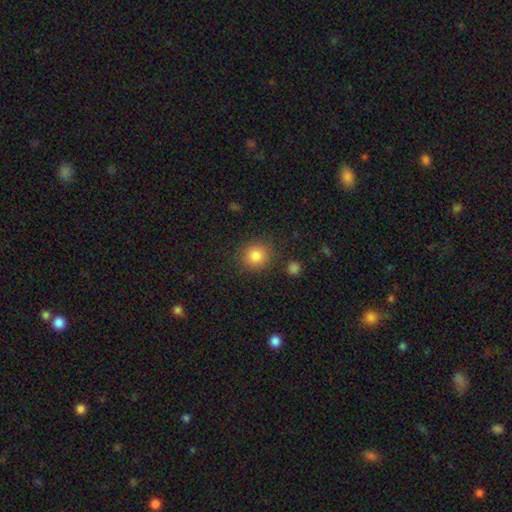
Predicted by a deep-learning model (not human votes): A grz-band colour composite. It shows a smooth galaxy with no disk features (83%) that is round (88%). Merging: none (85%).